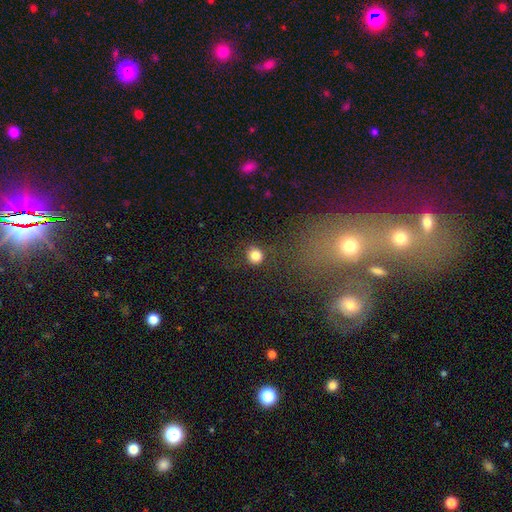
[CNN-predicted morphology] smooth 82%, star or artifact 12%, featured or disk 6%. Down the decision tree: how rounded — round (89%); merging — none (83%).